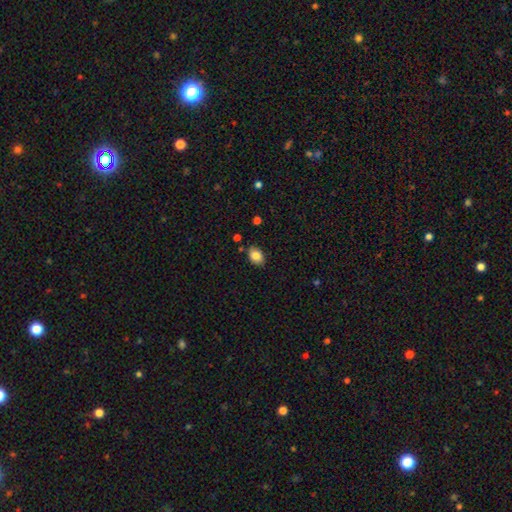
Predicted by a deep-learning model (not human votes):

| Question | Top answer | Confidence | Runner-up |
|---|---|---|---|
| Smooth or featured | smooth | 84% | star or artifact (9%) |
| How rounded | in between | 75% | round (24%) |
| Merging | none | 82% | minor disturbance (13%) |